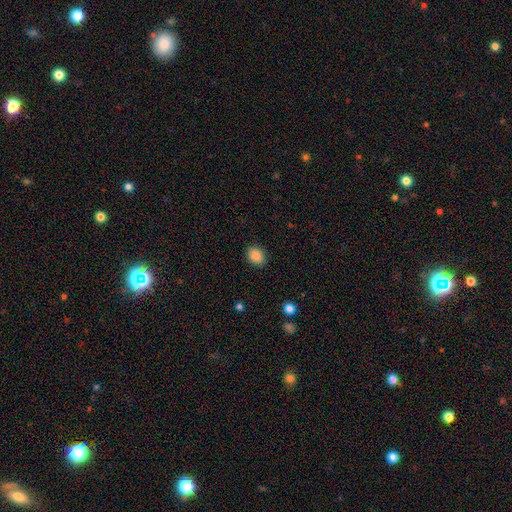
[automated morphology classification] Q: Smooth or featured?
A: smooth (88%); runner-up: star or artifact (9%)
Q: How rounded?
A: in between (57%); runner-up: round (42%)
Q: Merging?
A: none (87%); runner-up: minor disturbance (9%)